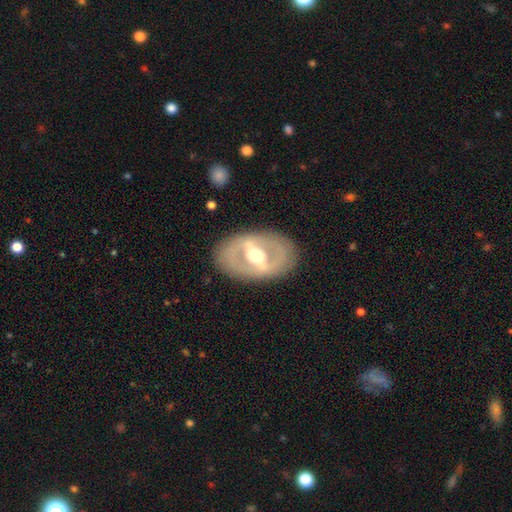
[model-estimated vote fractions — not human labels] Q: Smooth or featured?
A: featured or disk (74%); runner-up: smooth (21%)
Q: Edge-on disk?
A: no (89%); runner-up: yes (11%)
Q: Bar?
A: strong (61%); runner-up: weak (25%)
Q: Spiral arms?
A: no (73%); runner-up: yes (27%)
Q: Bulge size?
A: moderate (70%); runner-up: large (20%)
Q: Merging?
A: none (84%); runner-up: minor disturbance (10%)